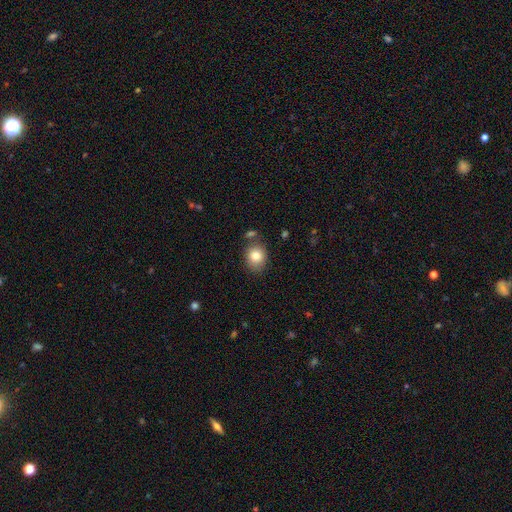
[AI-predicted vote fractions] smooth-or-featured: smooth: 82% | star or artifact: 9% | featured or disk: 9%
  how-rounded: round: 56% | in between: 43% | cigar-shaped: 1%
  merging: none: 74% | minor disturbance: 14% | merger: 8% | major disturbance: 4%